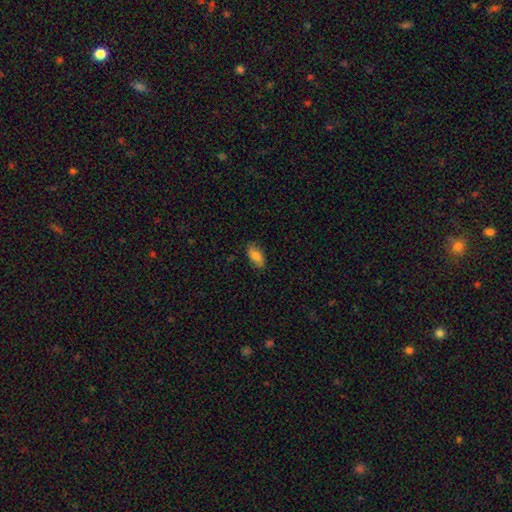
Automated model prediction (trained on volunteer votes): A smooth galaxy with no disk features (72%) that is in between round and cigar-shaped (90%).

Vote fractions:
- Smooth or featured? smooth: 72% / featured or disk: 21% / star or artifact: 7%
- How rounded? in between: 90% / cigar-shaped: 6% / round: 4%
- Merging? none: 81% / minor disturbance: 15% / major disturbance: 3% / merger: 1%